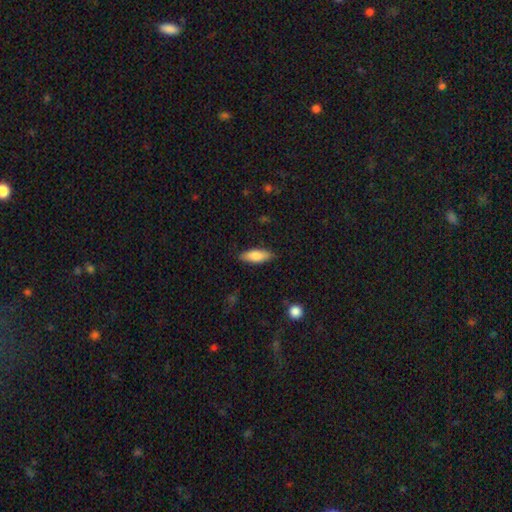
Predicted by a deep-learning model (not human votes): smooth_or_featured: smooth (p=0.81) [alt: featured or disk p=0.13]
how_rounded: in between (p=0.64) [alt: cigar-shaped p=0.34]
merging: none (p=0.85) [alt: minor disturbance p=0.11]